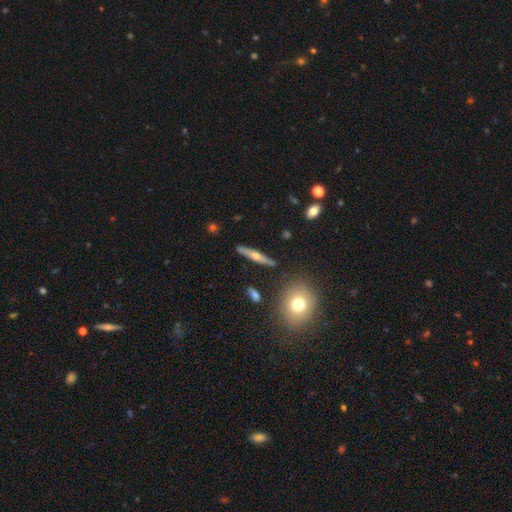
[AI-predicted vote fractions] This appears to be a featured or disk galaxy (65%) viewed edge-on (95%) with a rounded central bulge (93%). Merging: none (88%).